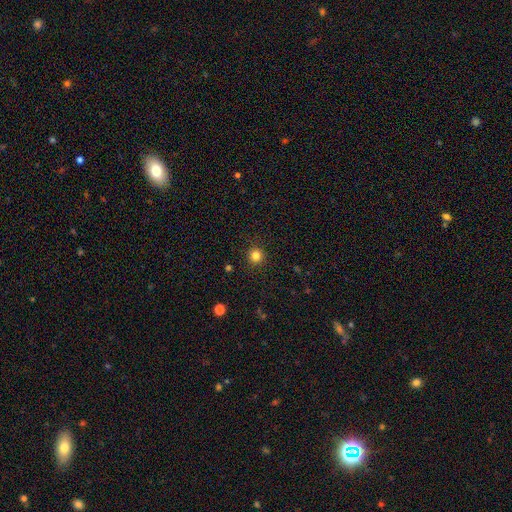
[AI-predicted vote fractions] Smooth or featured? smooth (83%)
How rounded? round (94%)
Merging? none (92%)